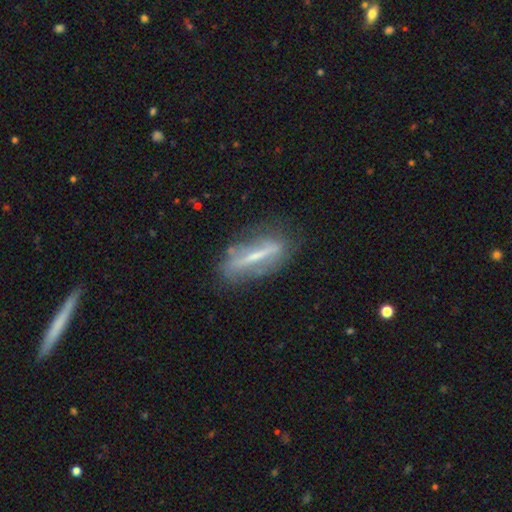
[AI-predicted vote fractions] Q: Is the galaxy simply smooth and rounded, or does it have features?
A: featured or disk — 67%.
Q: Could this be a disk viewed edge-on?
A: yes — 52%.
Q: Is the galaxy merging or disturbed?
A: none — 73%.